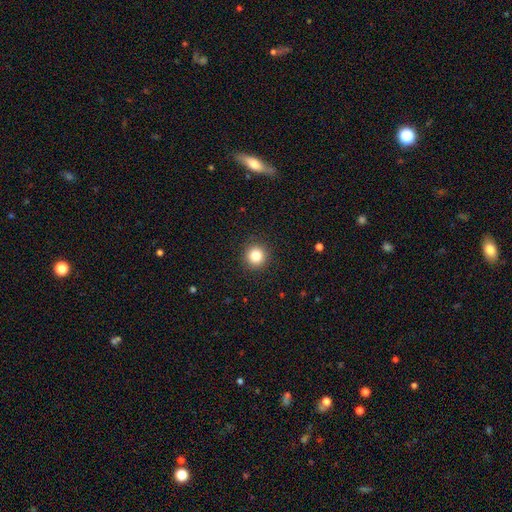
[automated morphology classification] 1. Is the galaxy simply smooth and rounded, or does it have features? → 83% smooth, 11% star or artifact, 6% featured or disk.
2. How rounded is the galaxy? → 95% round, 4% in between, 1% cigar-shaped.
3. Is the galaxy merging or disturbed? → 92% none, 5% minor disturbance, 2% major disturbance, 1% merger.